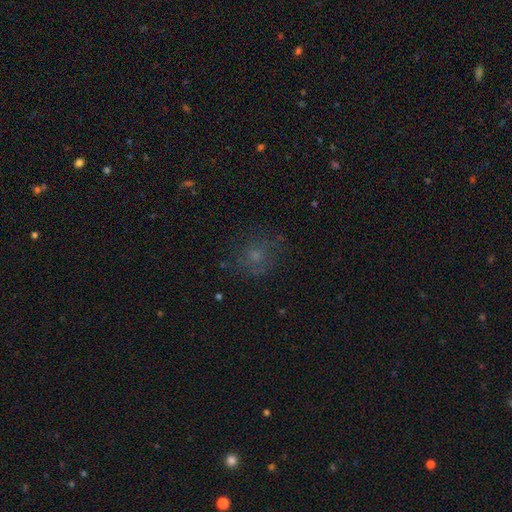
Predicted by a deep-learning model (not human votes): A smooth galaxy with no disk features (52%) that is round (78%). Merging: none (69%).